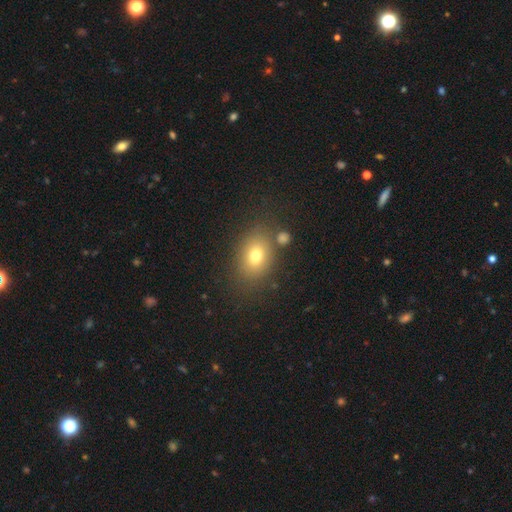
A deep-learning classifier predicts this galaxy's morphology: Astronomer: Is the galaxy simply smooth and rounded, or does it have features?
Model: smooth — 74%.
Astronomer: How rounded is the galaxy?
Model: in between — 70%.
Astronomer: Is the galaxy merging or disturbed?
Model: none — 75%.